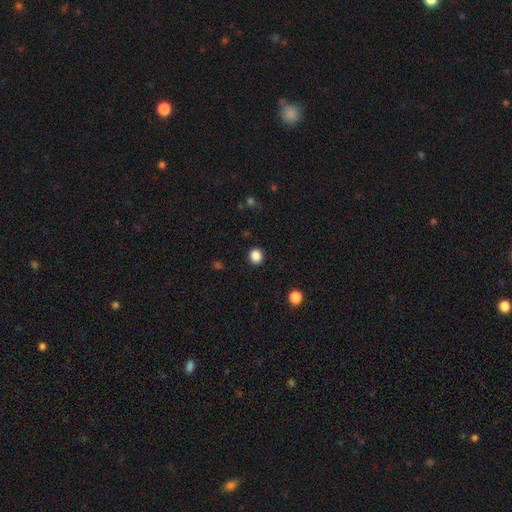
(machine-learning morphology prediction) type=smooth (86%); roundness=round (86%); merging=none (92%).